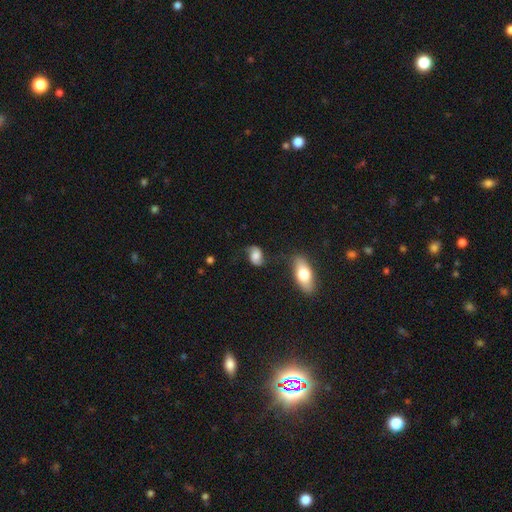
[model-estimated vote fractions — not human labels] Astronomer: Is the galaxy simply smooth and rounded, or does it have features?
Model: smooth — 51% (runner-up: featured or disk, 39%).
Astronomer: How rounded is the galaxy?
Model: in between — 74%.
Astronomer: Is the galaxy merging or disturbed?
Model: none — 59%.